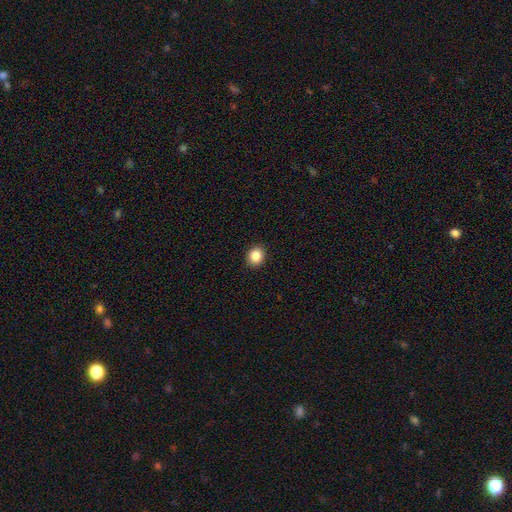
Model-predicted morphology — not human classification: Smooth or featured? Predicted: smooth (p=0.86). How rounded? Predicted: round (p=0.74). Merging? Predicted: none (p=0.92).